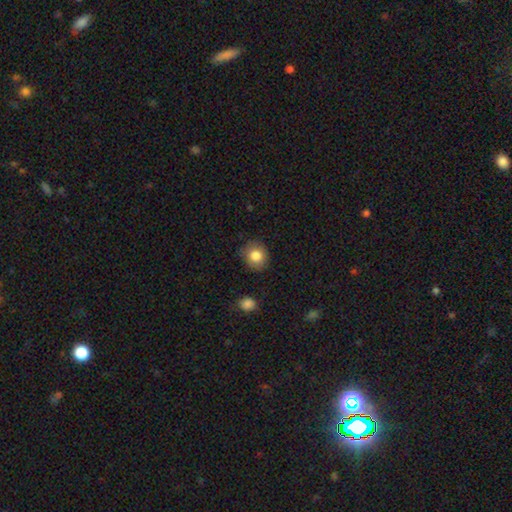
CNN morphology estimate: smooth-or-featured: smooth: 83% | star or artifact: 9% | featured or disk: 8%
  how-rounded: round: 80% | in between: 19% | cigar-shaped: 1%
  merging: none: 83% | minor disturbance: 13% | major disturbance: 3% | merger: 2%